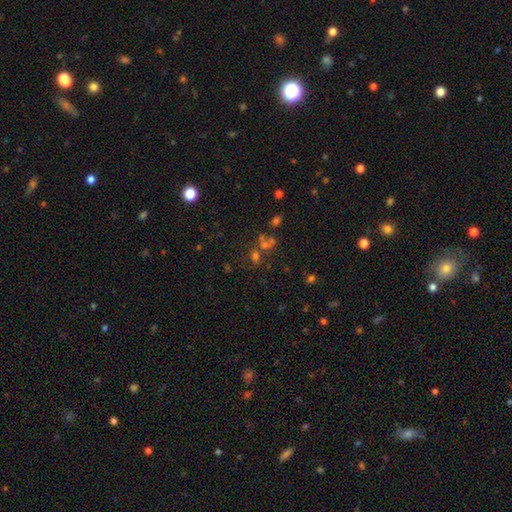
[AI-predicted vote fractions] A star or artifact, not a galaxy (45%).